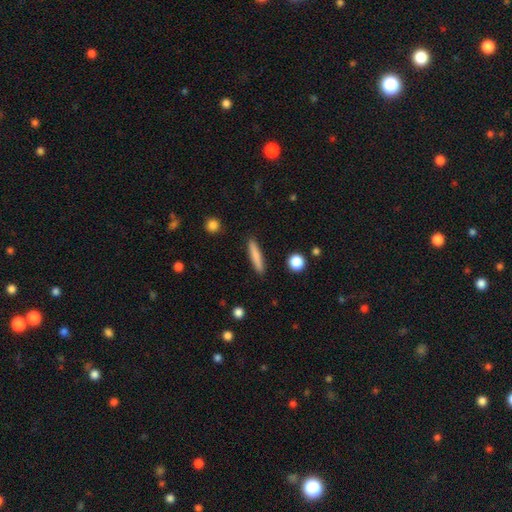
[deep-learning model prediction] Smooth or featured? smooth (79%)
How rounded? cigar-shaped (90%)
Merging? none (90%)